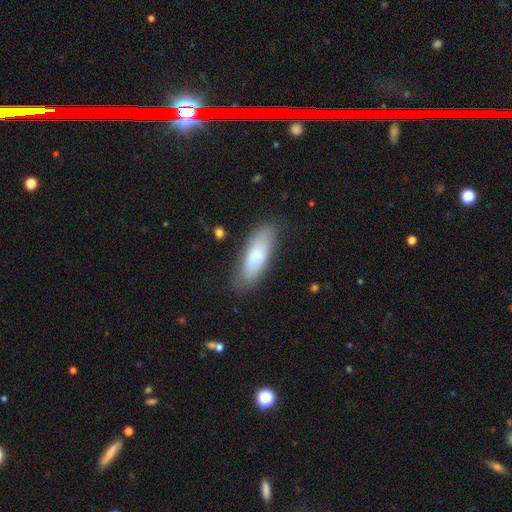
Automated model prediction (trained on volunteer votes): Smooth or featured?
  - smooth: 71% *
  - featured or disk: 23%
  - star or artifact: 7%
How rounded?
  - in between: 58% *
  - cigar-shaped: 40%
  - round: 2%
Merging?
  - none: 79% *
  - minor disturbance: 16%
  - major disturbance: 4%
  - merger: 2%